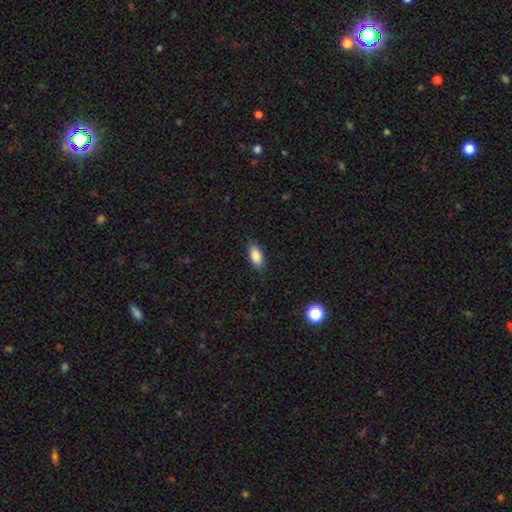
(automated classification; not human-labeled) smooth 87%, star or artifact 7%, featured or disk 6%. Down the decision tree: how rounded — in between (89%); merging — none (83%).